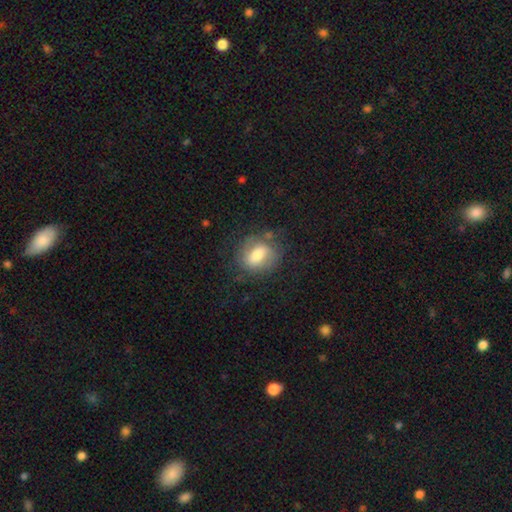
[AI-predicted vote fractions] Smooth or featured: smooth — 59% (featured or disk — 33%)
How rounded: in between — 58% (round — 40%)
Merging: none — 63% (minor disturbance — 21%)